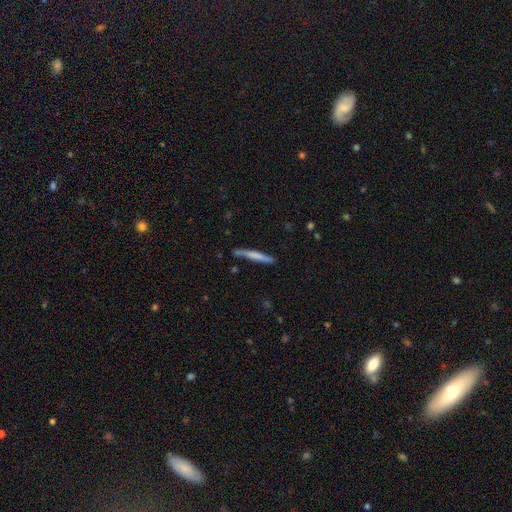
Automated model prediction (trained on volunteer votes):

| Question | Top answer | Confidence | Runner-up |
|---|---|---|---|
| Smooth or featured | smooth | 64% | featured or disk (30%) |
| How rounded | cigar-shaped | 95% | in between (4%) |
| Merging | none | 75% | minor disturbance (17%) |